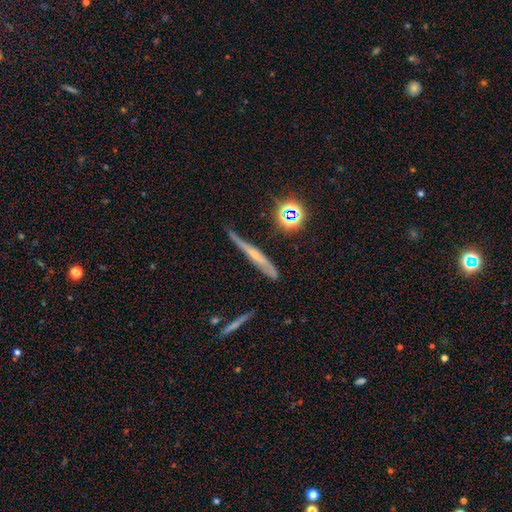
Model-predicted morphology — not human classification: smooth-or-featured: featured or disk: 54% | smooth: 31% | star or artifact: 15%
  disk-edge-on: yes: 81% | no: 19%
  merging: none: 60% | minor disturbance: 26% | major disturbance: 10% | merger: 4%